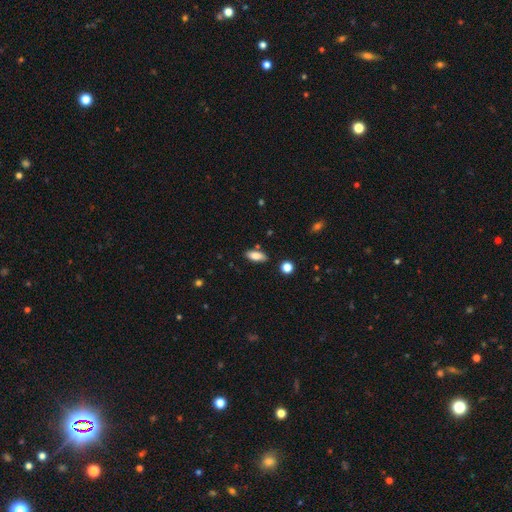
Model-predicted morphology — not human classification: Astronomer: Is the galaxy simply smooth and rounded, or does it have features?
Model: smooth — 82%.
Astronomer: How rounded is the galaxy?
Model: in between — 81%.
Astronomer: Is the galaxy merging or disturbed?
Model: none — 83%.